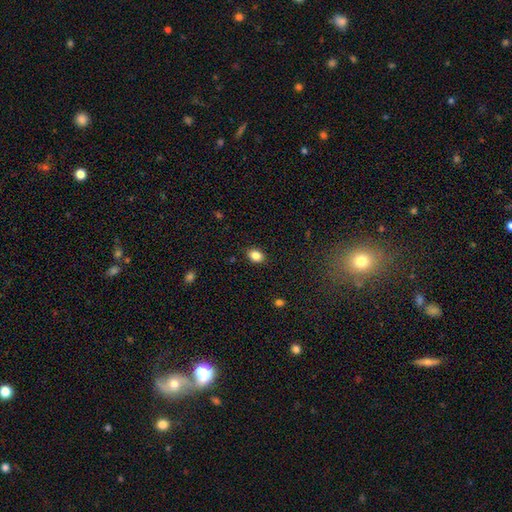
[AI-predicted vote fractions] smooth-or-featured: smooth: 85% | star or artifact: 10% | featured or disk: 5%
  how-rounded: in between: 70% | round: 29% | cigar-shaped: 1%
  merging: none: 88% | minor disturbance: 9% | major disturbance: 2% | merger: 1%